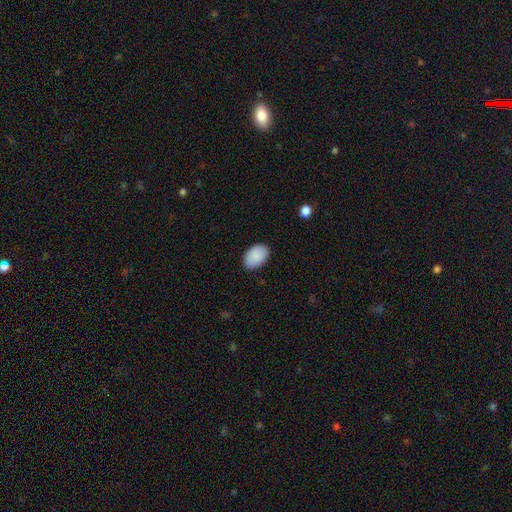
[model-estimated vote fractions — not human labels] smooth-or-featured: smooth: 90% | star or artifact: 6% | featured or disk: 4%
  how-rounded: in between: 91% | round: 8% | cigar-shaped: 1%
  merging: none: 85% | minor disturbance: 11% | major disturbance: 2% | merger: 1%